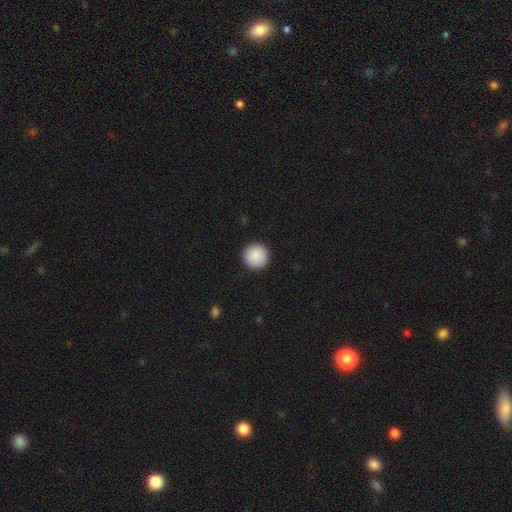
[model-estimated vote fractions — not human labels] This is clearly a smooth galaxy (89%). How rounded: clearly round (96%). Merging: clearly none (93%).